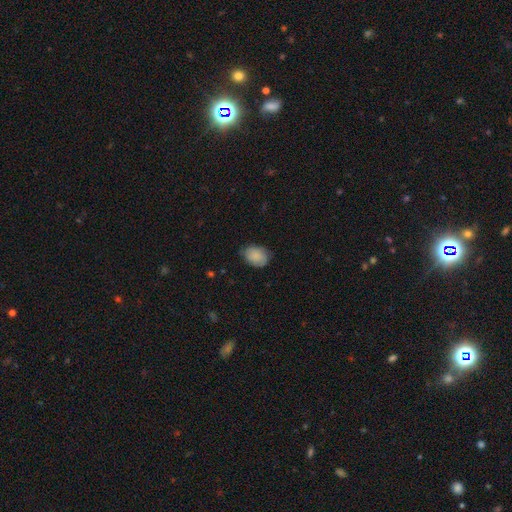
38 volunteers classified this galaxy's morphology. This appears to be a smooth galaxy with no disk features (71%) that is in between round and cigar-shaped (70%). Merging: none (70%).